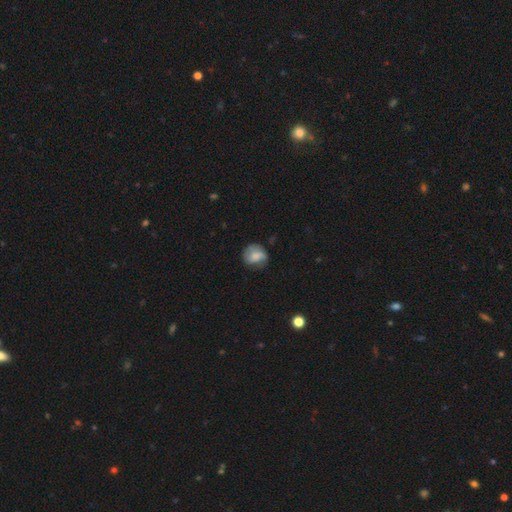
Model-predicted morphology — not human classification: This appears to be a smooth galaxy with no disk features (60%) that is round (71%). Merging: none (60%).